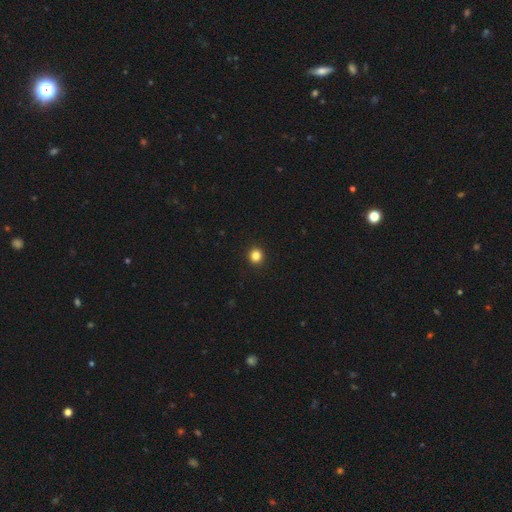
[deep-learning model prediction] This is clearly a smooth galaxy (84%). How rounded: clearly round (92%). Merging: clearly none (94%).